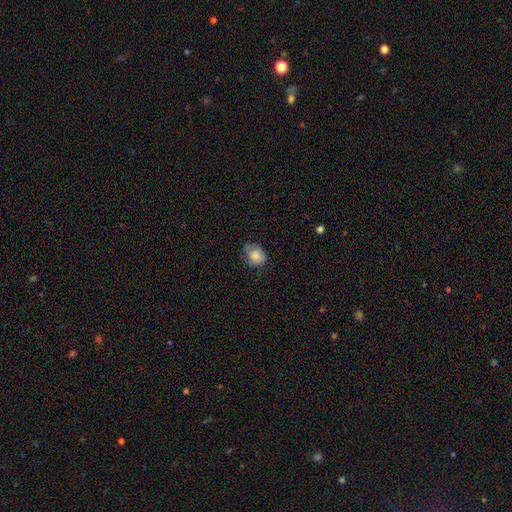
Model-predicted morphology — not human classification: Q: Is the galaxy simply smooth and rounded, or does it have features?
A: smooth — 80%.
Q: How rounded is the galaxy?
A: round — 61%.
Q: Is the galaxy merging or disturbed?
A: none — 57%.